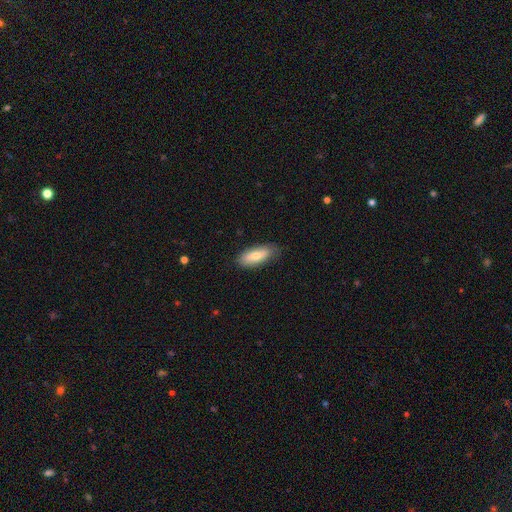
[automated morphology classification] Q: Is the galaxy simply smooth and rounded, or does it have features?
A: smooth — 74%.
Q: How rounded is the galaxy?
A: in between — 73%.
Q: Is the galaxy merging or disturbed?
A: none — 81%.